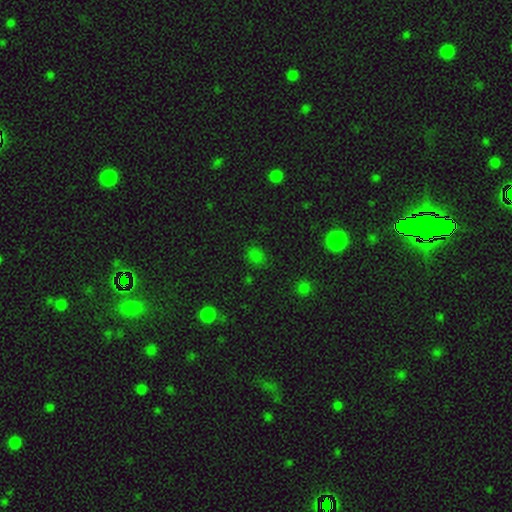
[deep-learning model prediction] smooth_or_featured: smooth (p=0.66) [alt: star or artifact p=0.30]
how_rounded: round (p=0.53) [alt: in between p=0.45]
merging: none (p=0.80) [alt: minor disturbance p=0.13]